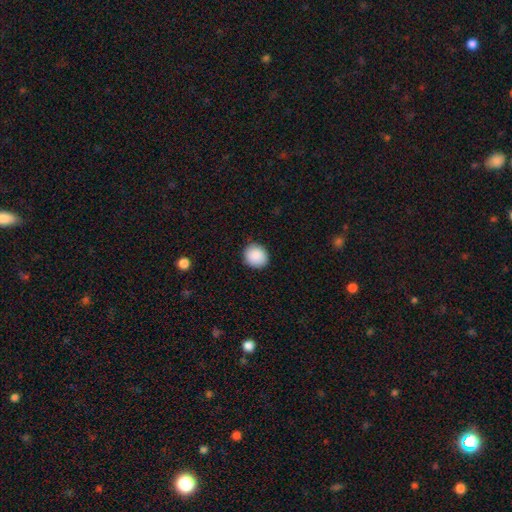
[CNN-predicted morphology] Q: Smooth or featured?
A: smooth (90%); runner-up: star or artifact (7%)
Q: How rounded?
A: round (81%); runner-up: in between (18%)
Q: Merging?
A: none (88%); runner-up: minor disturbance (9%)